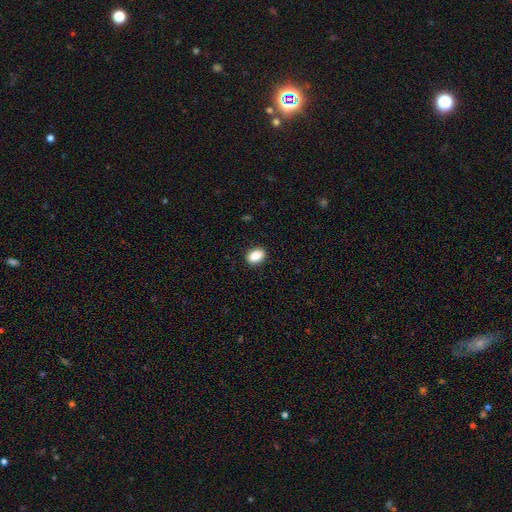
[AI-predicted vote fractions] Smooth or featured? Predicted: smooth (p=0.88). How rounded? Predicted: in between (p=0.81). Merging? Predicted: none (p=0.90).